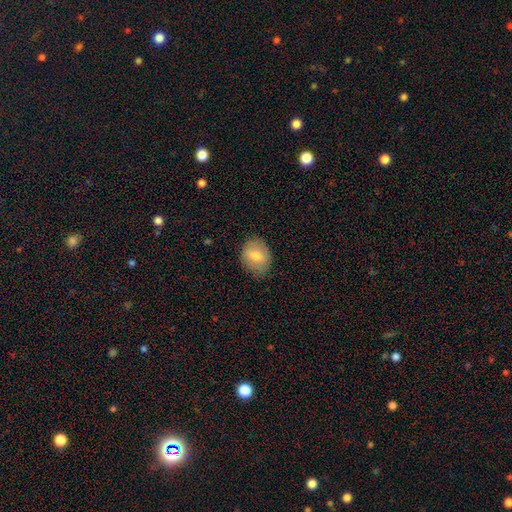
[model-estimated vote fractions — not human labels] This appears to be a smooth galaxy with no disk features (67%) that is round (52%). Merging: none (80%).